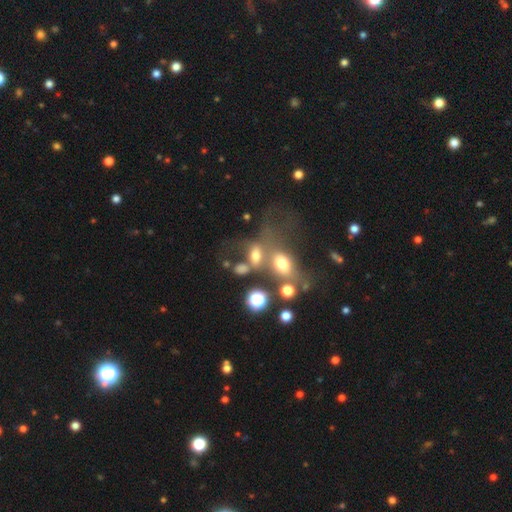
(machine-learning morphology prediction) Q: Smooth or featured?
A: smooth (60%); runner-up: featured or disk (21%)
Q: How rounded?
A: in between (73%); runner-up: round (22%)
Q: Merging?
A: merger (49%); runner-up: none (21%)